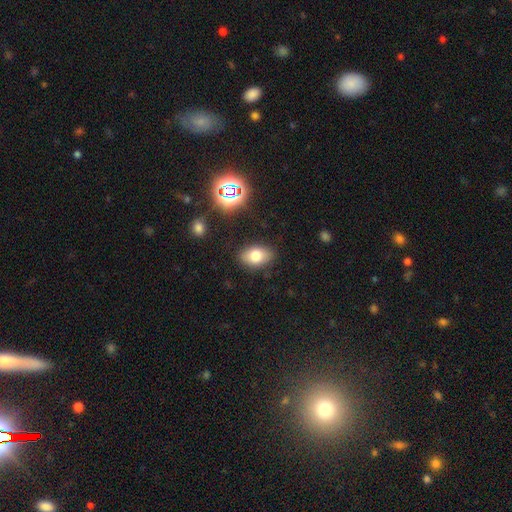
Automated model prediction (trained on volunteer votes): smooth 75%, featured or disk 13%, star or artifact 12%. Down the decision tree: how rounded — in between (85%); merging — none (84%).